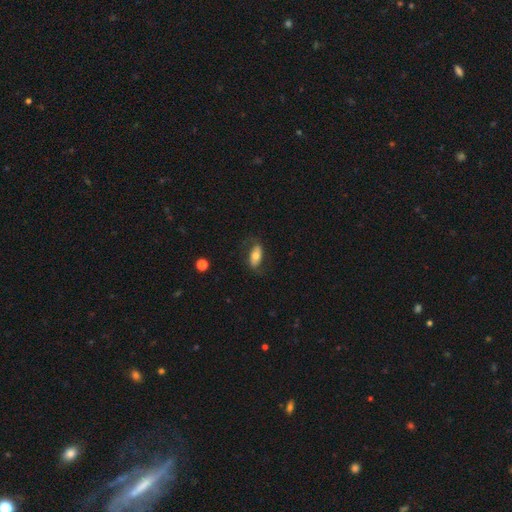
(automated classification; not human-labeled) smooth_or_featured: smooth (p=0.60) [alt: featured or disk p=0.33]
how_rounded: in between (p=0.87) [alt: cigar-shaped p=0.09]
merging: none (p=0.70) [alt: minor disturbance p=0.18]